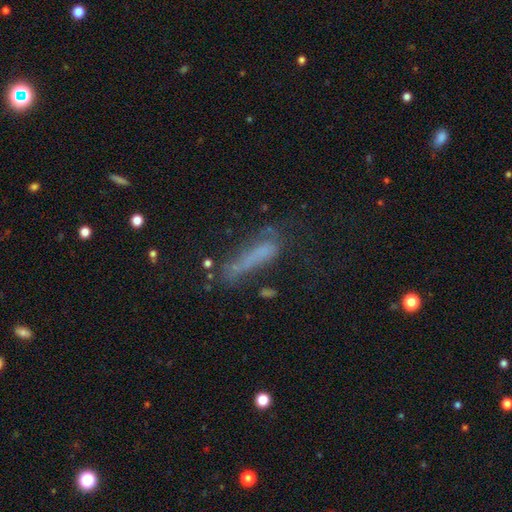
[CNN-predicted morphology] A smooth galaxy with no disk features (55%) that is cigar-shaped (75%). Merging: none (41%).